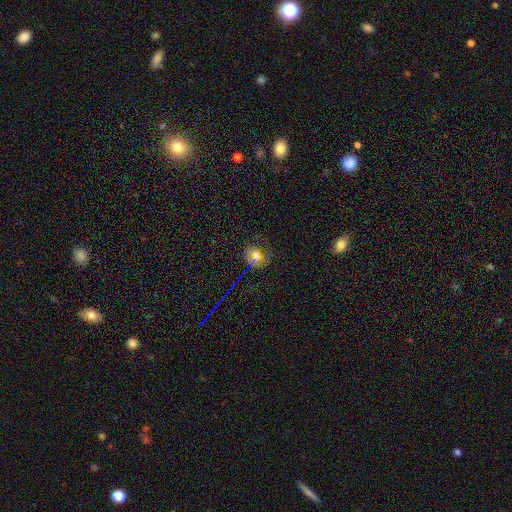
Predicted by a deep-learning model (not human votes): Smooth or featured: smooth — 59% (star or artifact — 30%)
How rounded: round — 69% (in between — 29%)
Merging: none — 74% (minor disturbance — 16%)